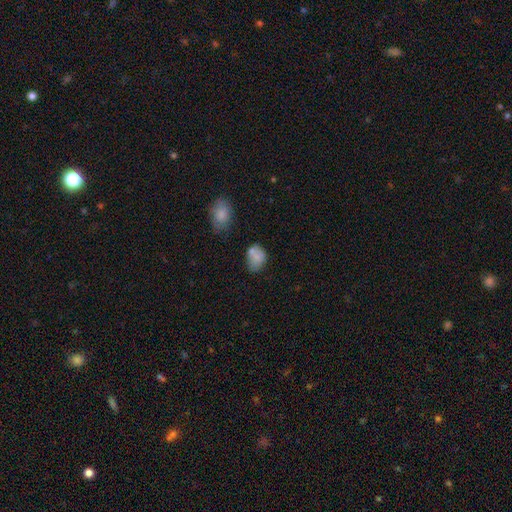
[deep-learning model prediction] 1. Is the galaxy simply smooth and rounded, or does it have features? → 76% smooth, 14% featured or disk, 10% star or artifact.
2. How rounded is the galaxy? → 69% in between, 30% round, 1% cigar-shaped.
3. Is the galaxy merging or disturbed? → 51% none, 24% minor disturbance, 16% merger, 9% major disturbance.